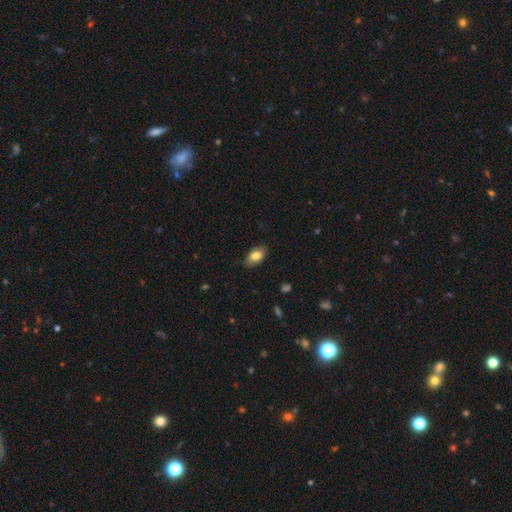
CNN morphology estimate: This is clearly a smooth galaxy (81%). How rounded: clearly in between (91%). Merging: clearly none (82%).